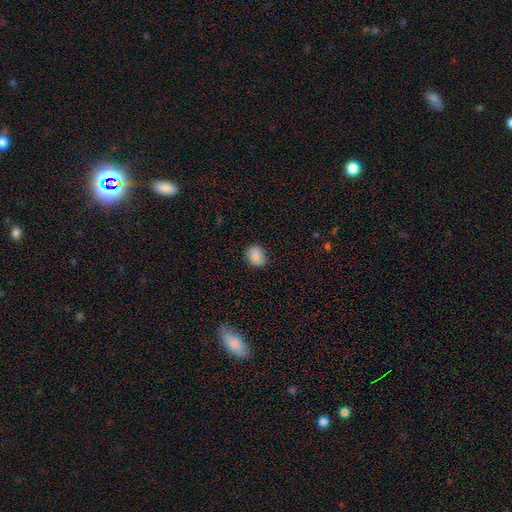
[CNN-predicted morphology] smooth 83%, featured or disk 9%, star or artifact 8%. Down the decision tree: how rounded — round (69%); merging — none (82%).